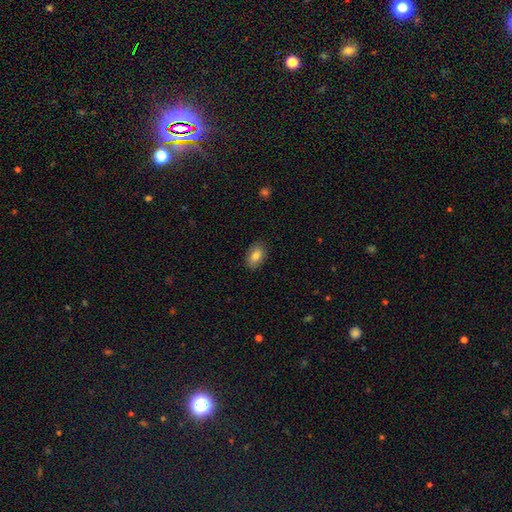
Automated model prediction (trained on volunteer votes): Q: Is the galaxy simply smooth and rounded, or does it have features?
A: smooth — 81%.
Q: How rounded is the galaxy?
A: in between — 88%.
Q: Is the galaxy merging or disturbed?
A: none — 86%.